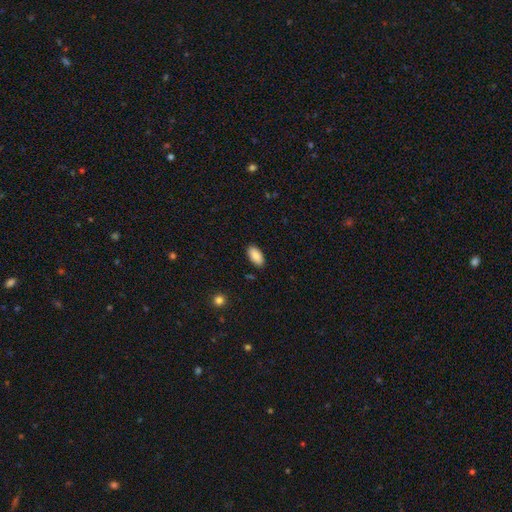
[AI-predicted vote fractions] Morphology: type=smooth (88%); roundness=in between (95%); merging=none (88%).